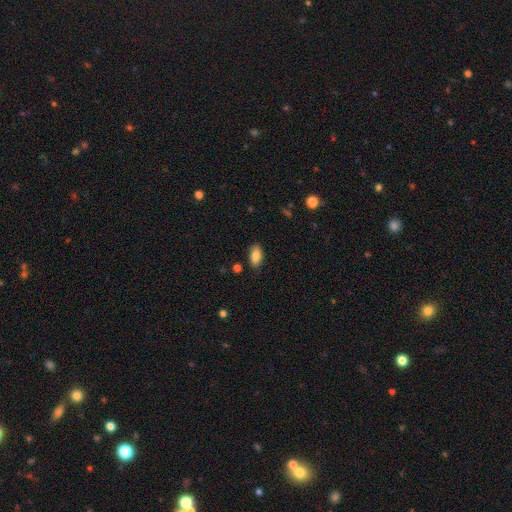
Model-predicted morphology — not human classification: smooth 84%, featured or disk 8%, star or artifact 7%. Down the decision tree: how rounded — in between (91%); merging — none (84%).